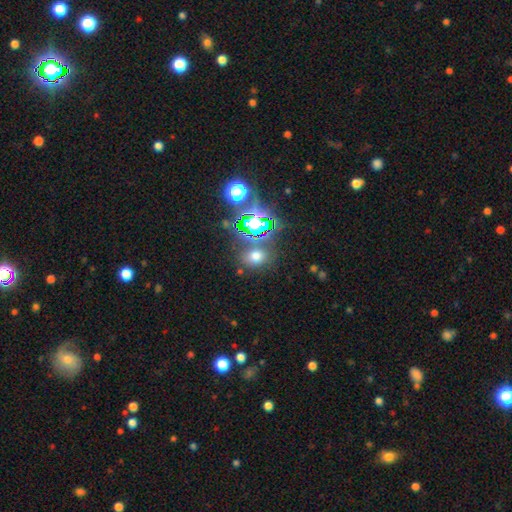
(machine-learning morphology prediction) Overall: smooth (57%; star or artifact 35%). How rounded: in between (55%; round 44%). Merging: none (77%).